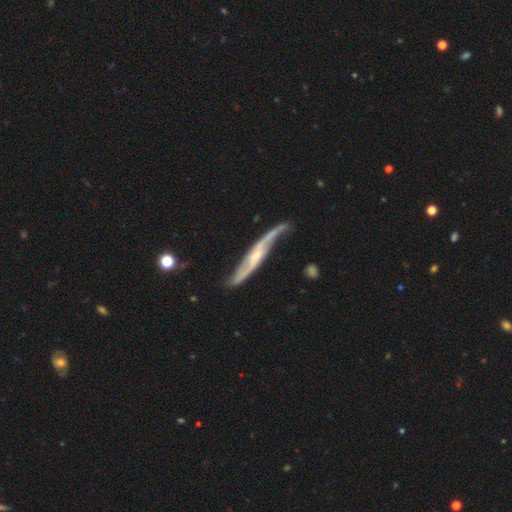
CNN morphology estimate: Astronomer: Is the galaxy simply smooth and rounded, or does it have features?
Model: featured or disk — 85%.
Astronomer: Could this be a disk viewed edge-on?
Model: no — 55% (runner-up: yes, 45%).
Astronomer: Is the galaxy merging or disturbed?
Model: none — 59%.